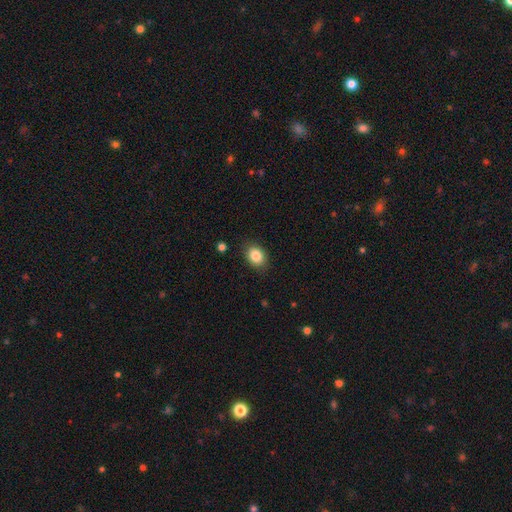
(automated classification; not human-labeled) Smooth or featured? smooth (86%)
How rounded? in between (64%)
Merging? none (85%)